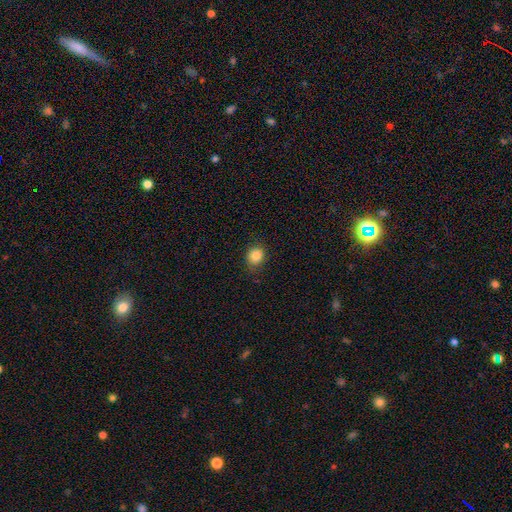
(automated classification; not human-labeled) A smooth galaxy with no disk features (85%) that is round (75%).

Vote fractions:
- Smooth or featured? smooth: 85% / star or artifact: 10% / featured or disk: 5%
- How rounded? round: 75% / in between: 24% / cigar-shaped: 1%
- Merging? none: 84% / minor disturbance: 12% / major disturbance: 3% / merger: 1%